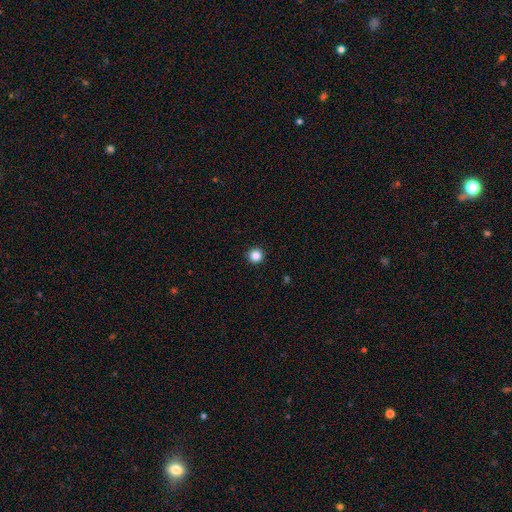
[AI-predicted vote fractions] A smooth galaxy with no disk features (85%) that is round (96%). Merging: none (93%).